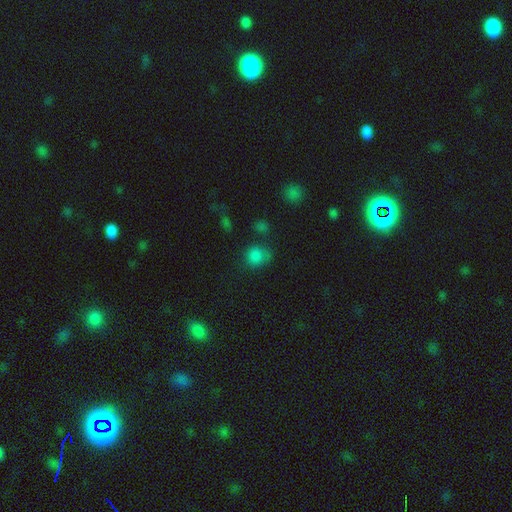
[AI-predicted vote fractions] smooth-or-featured: smooth: 79% | star or artifact: 15% | featured or disk: 6%
  how-rounded: round: 76% | in between: 23% | cigar-shaped: 1%
  merging: none: 60% | minor disturbance: 20% | merger: 11% | major disturbance: 9%